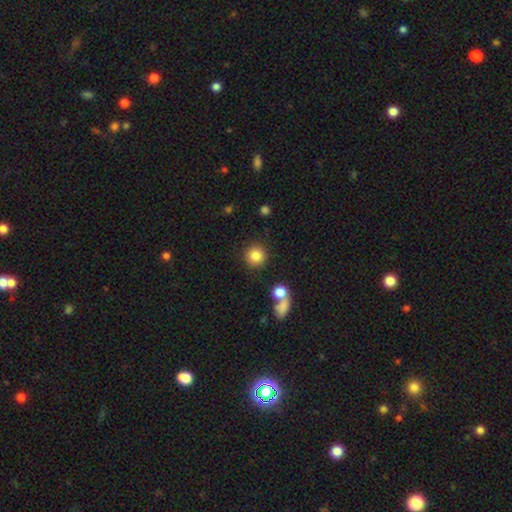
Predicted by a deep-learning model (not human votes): Smooth or featured? smooth (85%)
How rounded? round (92%)
Merging? none (84%)